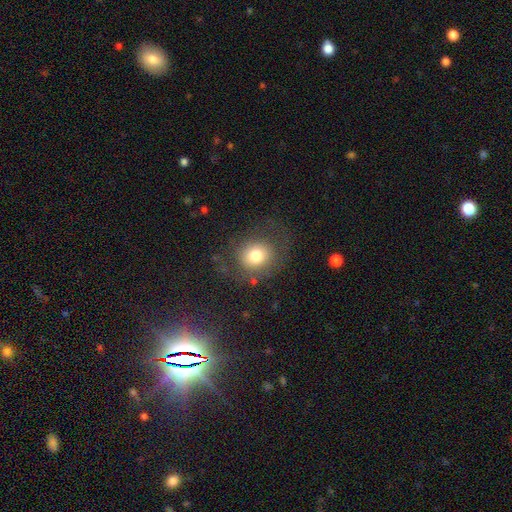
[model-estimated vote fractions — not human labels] A smooth galaxy with no disk features (74%) that is round (80%). Merging: none (69%).